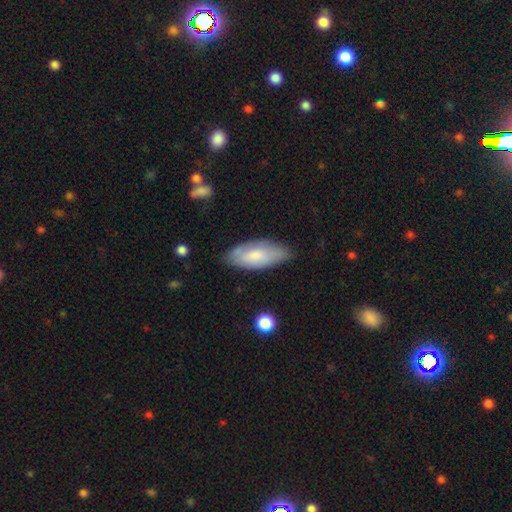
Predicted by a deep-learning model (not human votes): The model was most divided on "smooth or featured": smooth: 68%, featured or disk: 26%, star or artifact: 6%. More confident: how rounded — in between (85%); merging — none (70%).